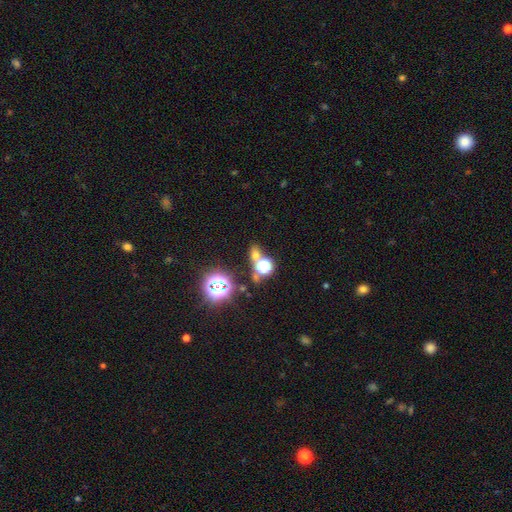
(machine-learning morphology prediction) smooth-or-featured: smooth: 49% | star or artifact: 42% | featured or disk: 9%
  merging: none: 59% | merger: 26% | minor disturbance: 9% | major disturbance: 5%